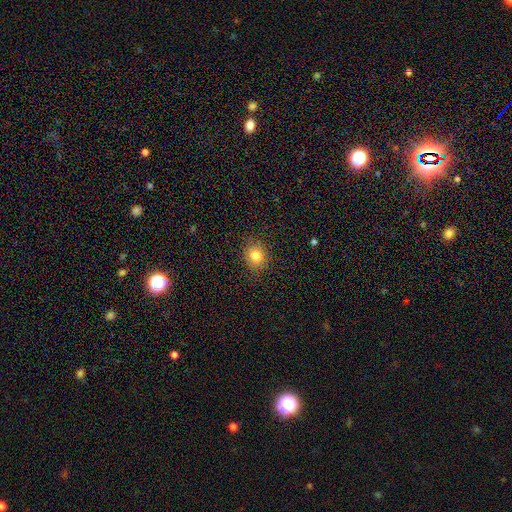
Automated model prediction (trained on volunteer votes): Smooth or featured? Predicted: smooth (p=0.80). How rounded? Predicted: round (p=0.75). Merging? Predicted: none (p=0.87).